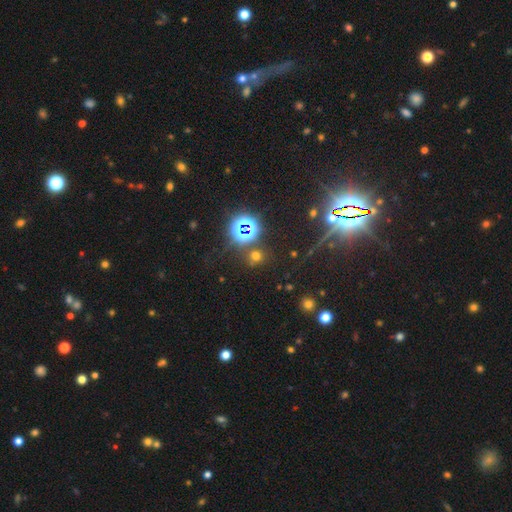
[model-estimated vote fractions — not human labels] smooth-or-featured: smooth: 53% | star or artifact: 40% | featured or disk: 7%
  how-rounded: round: 84% | in between: 15% | cigar-shaped: 1%
  merging: none: 79% | minor disturbance: 9% | merger: 7% | major disturbance: 5%